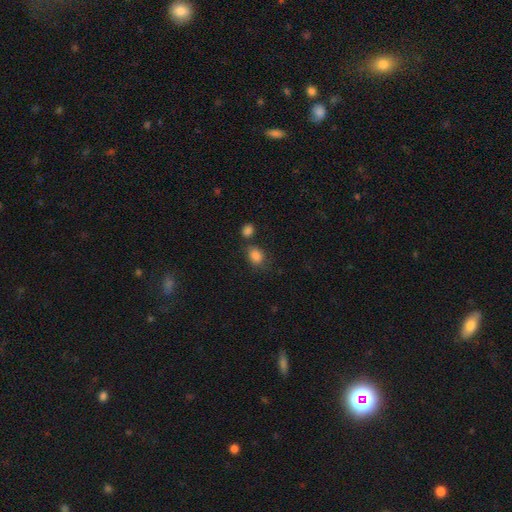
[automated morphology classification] smooth-or-featured: smooth: 85% | star or artifact: 10% | featured or disk: 5%
  how-rounded: in between: 62% | round: 37% | cigar-shaped: 1%
  merging: none: 61% | merger: 16% | minor disturbance: 16% | major disturbance: 6%